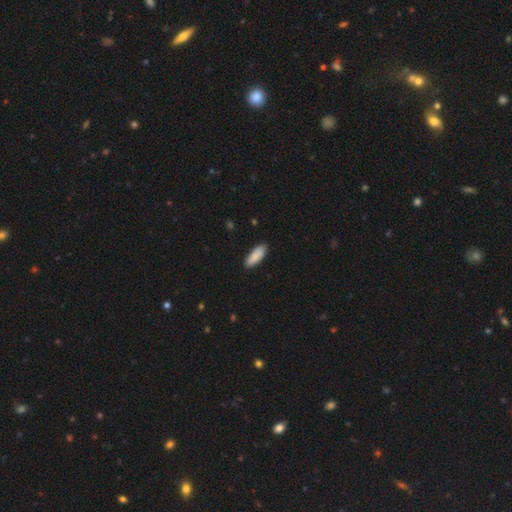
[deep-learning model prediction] This is clearly a smooth galaxy (88%). How rounded: likely in between (69%). Merging: clearly none (88%).